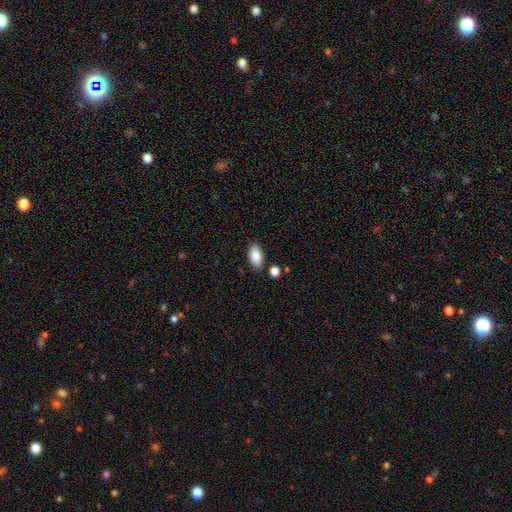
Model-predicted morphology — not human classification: This appears to be a smooth galaxy with no disk features (87%) that is in between round and cigar-shaped (94%). Merging: none (85%).